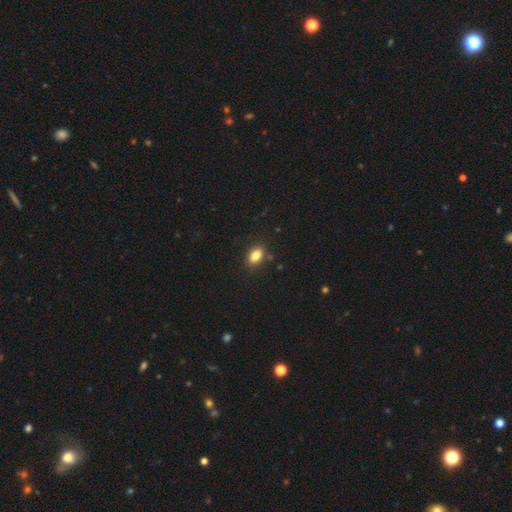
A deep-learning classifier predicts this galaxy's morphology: Overall: smooth (84%). How rounded: in between (86%). Merging: none (85%).